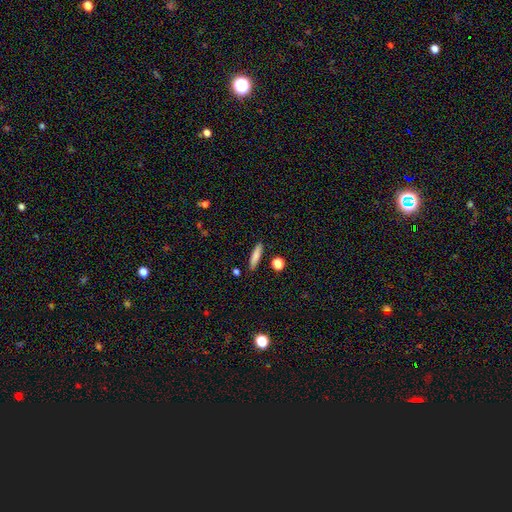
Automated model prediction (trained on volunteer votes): smooth-or-featured: smooth: 81% | featured or disk: 12% | star or artifact: 8%
  how-rounded: cigar-shaped: 81% | in between: 17% | round: 3%
  merging: none: 88% | minor disturbance: 8% | merger: 3% | major disturbance: 2%